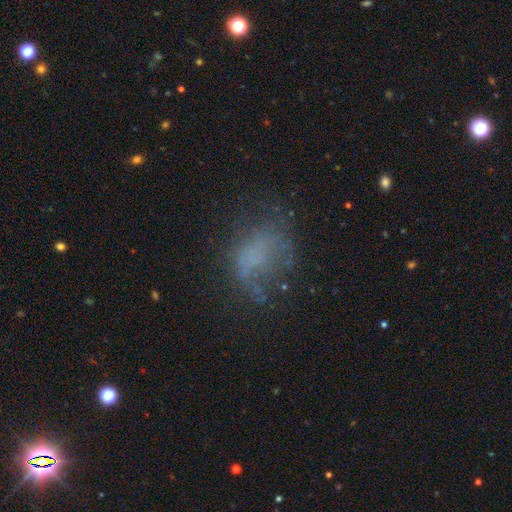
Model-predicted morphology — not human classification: Smooth or featured? Predicted: smooth (p=0.45). Merging? Predicted: none (p=0.42).